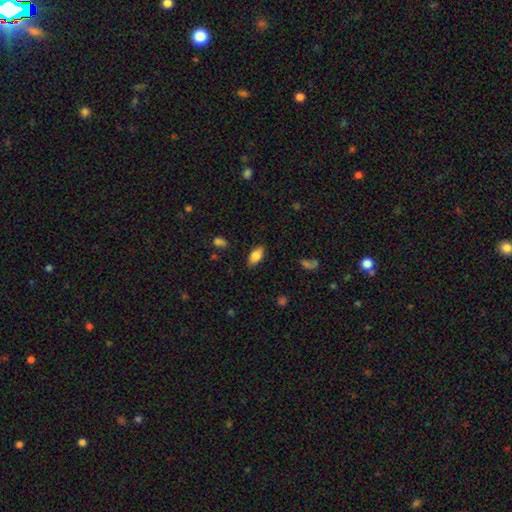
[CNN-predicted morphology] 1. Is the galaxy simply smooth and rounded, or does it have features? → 82% smooth, 11% featured or disk, 7% star or artifact.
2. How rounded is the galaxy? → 88% in between, 8% cigar-shaped, 3% round.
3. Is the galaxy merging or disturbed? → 84% none, 12% minor disturbance, 3% major disturbance, 1% merger.